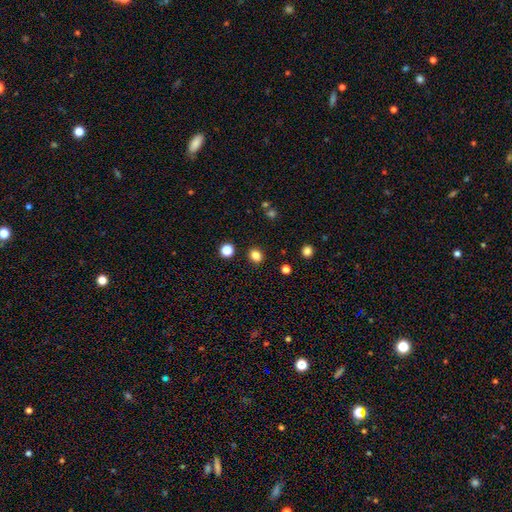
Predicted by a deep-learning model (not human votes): smooth-or-featured: smooth: 83% | star or artifact: 13% | featured or disk: 5%
  how-rounded: round: 69% | in between: 30% | cigar-shaped: 1%
  merging: none: 89% | minor disturbance: 6% | major disturbance: 2% | merger: 2%